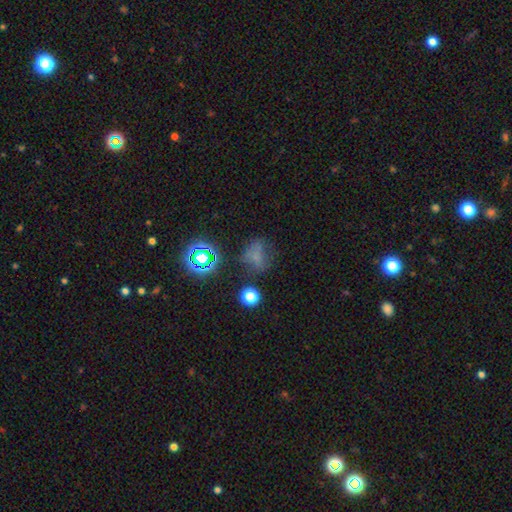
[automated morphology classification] Smooth or featured?
  - smooth: 51% *
  - star or artifact: 31%
  - featured or disk: 18%
How rounded?
  - round: 53% *
  - in between: 44%
  - cigar-shaped: 2%
Merging?
  - none: 48% *
  - minor disturbance: 24%
  - major disturbance: 21%
  - merger: 7%